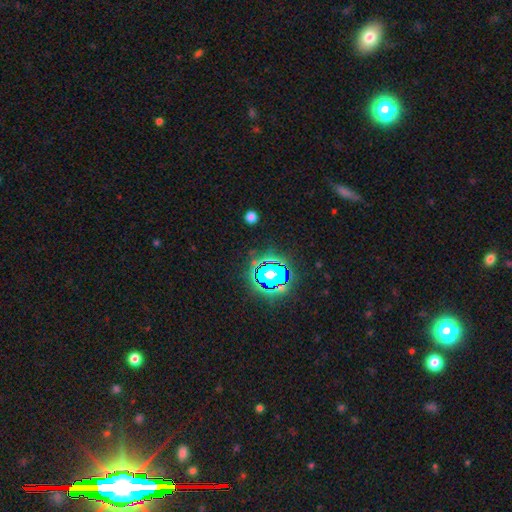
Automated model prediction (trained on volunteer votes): This appears to be a star or artifact, not a galaxy (81%).